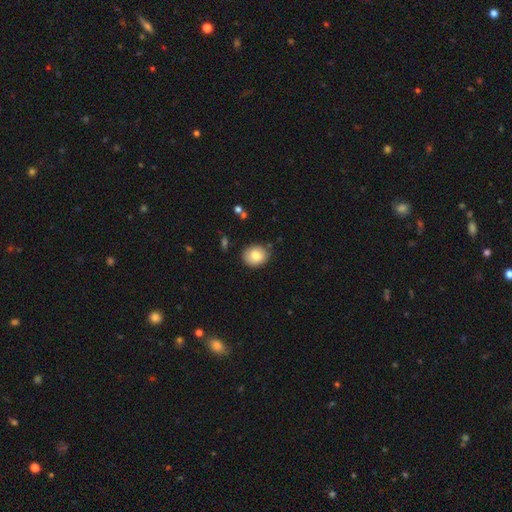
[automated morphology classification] This appears to be a smooth galaxy with no disk features (81%) that is round (68%). Merging: none (84%).